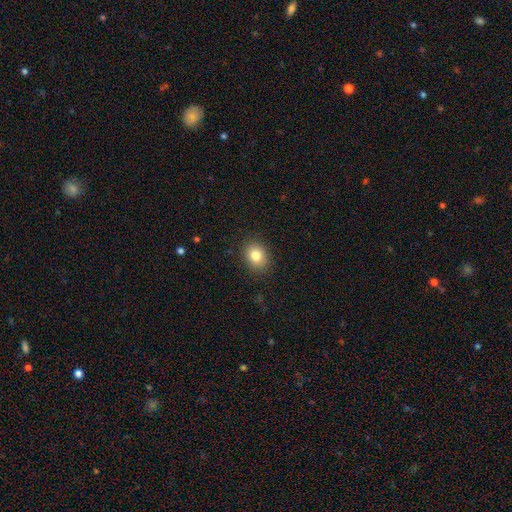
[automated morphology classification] Smooth or featured? Predicted: smooth (p=0.81). How rounded? Predicted: round (p=0.54). Merging? Predicted: none (p=0.89).